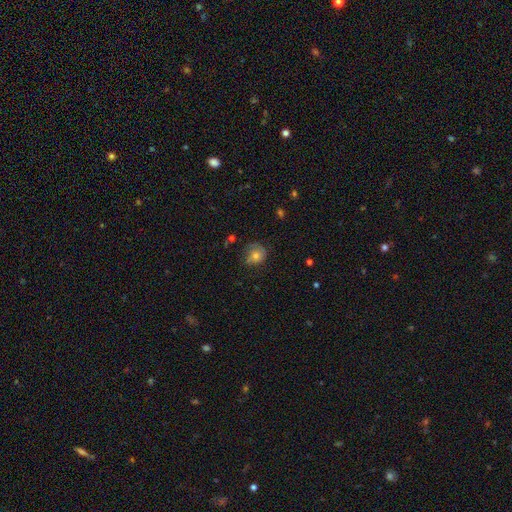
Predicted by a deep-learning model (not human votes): Morphology: type=smooth (61%); roundness=round (73%); merging=none (53%).